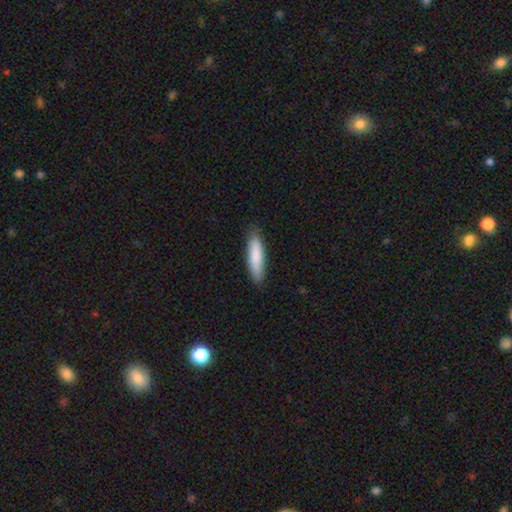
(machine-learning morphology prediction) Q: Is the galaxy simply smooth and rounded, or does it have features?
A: smooth — 85%.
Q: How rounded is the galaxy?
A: cigar-shaped — 75%.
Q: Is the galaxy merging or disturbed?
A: none — 87%.